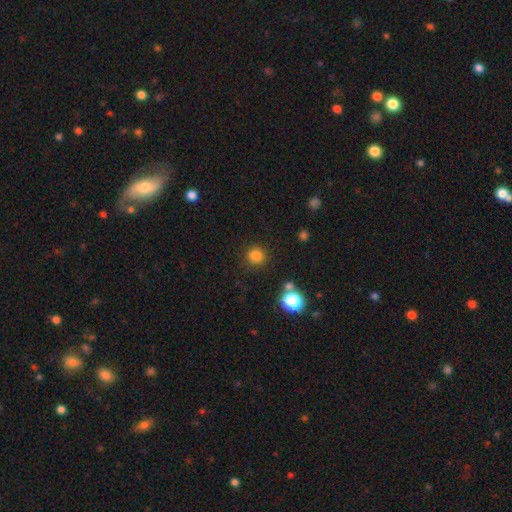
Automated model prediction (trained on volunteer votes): Smooth or featured: smooth — 82% (star or artifact — 14%)
How rounded: round — 94% (in between — 5%)
Merging: none — 88% (minor disturbance — 7%)